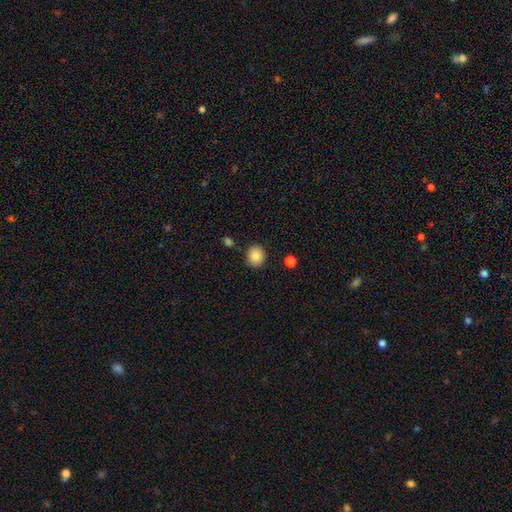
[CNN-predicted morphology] Smooth or featured?
  - smooth: 86% *
  - star or artifact: 9%
  - featured or disk: 5%
How rounded?
  - round: 83% *
  - in between: 16%
  - cigar-shaped: 1%
Merging?
  - none: 88% *
  - minor disturbance: 8%
  - merger: 2%
  - major disturbance: 2%